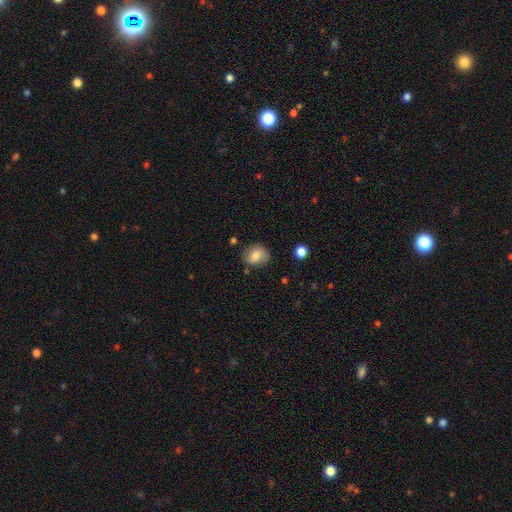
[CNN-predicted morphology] Smooth or featured? Predicted: smooth (p=0.77). How rounded? Predicted: round (p=0.56). Merging? Predicted: none (p=0.76).